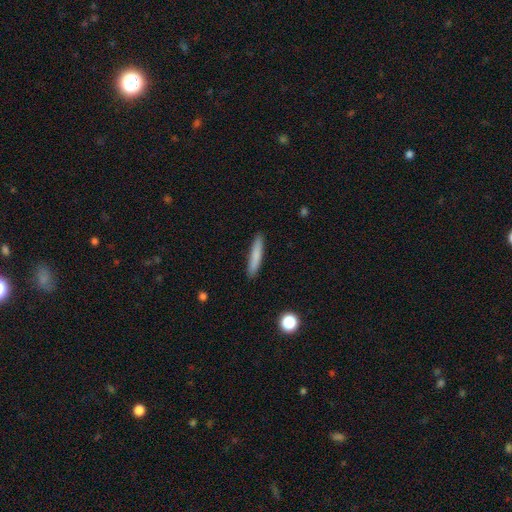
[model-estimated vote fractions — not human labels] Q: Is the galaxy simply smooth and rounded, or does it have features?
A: smooth — 79%.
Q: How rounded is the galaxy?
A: cigar-shaped — 92%.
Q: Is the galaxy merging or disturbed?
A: none — 90%.